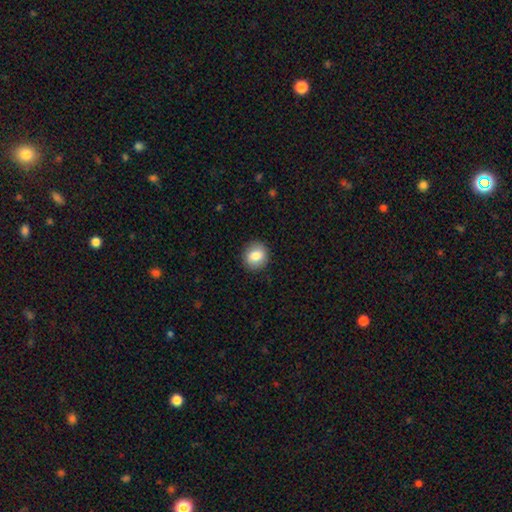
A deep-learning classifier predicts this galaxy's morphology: A smooth galaxy with no disk features (81%) that is round (83%).

Vote fractions:
- Smooth or featured? smooth: 81% / featured or disk: 11% / star or artifact: 8%
- How rounded? round: 83% / in between: 16% / cigar-shaped: 1%
- Merging? none: 89% / minor disturbance: 8% / major disturbance: 2% / merger: 1%